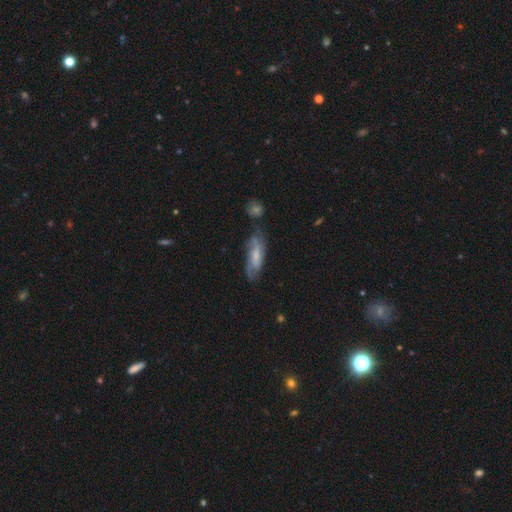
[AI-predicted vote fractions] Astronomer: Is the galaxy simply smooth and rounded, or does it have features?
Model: featured or disk — 57% (runner-up: smooth, 36%).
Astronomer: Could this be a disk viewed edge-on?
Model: no — 79%.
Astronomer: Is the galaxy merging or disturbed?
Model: none — 64%.